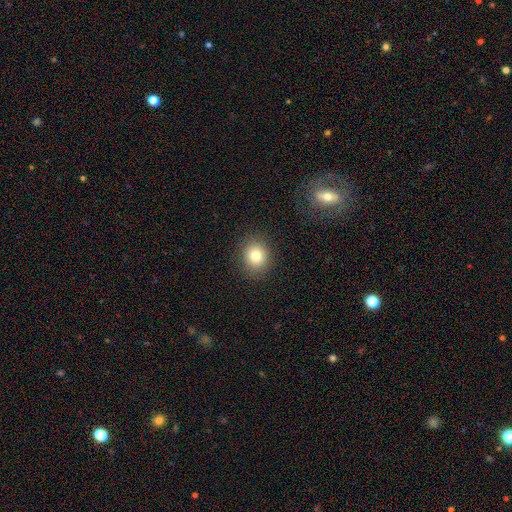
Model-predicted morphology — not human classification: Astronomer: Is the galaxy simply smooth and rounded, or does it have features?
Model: smooth — 79%.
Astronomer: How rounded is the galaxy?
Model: round — 75%.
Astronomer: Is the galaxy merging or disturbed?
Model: none — 88%.